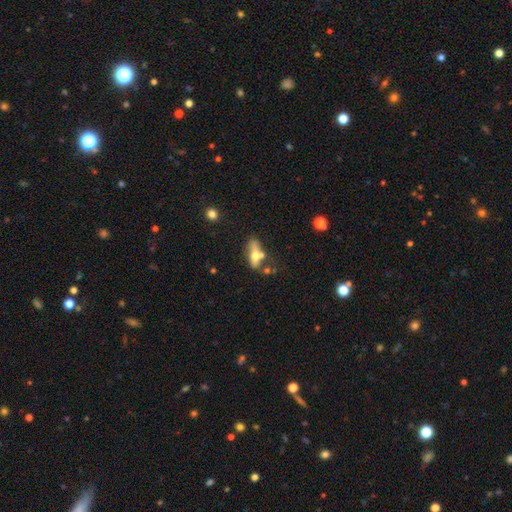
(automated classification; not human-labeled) smooth 53%, featured or disk 39%, star or artifact 8%. Down the decision tree: how rounded — in between (58%); merging — none (48%).